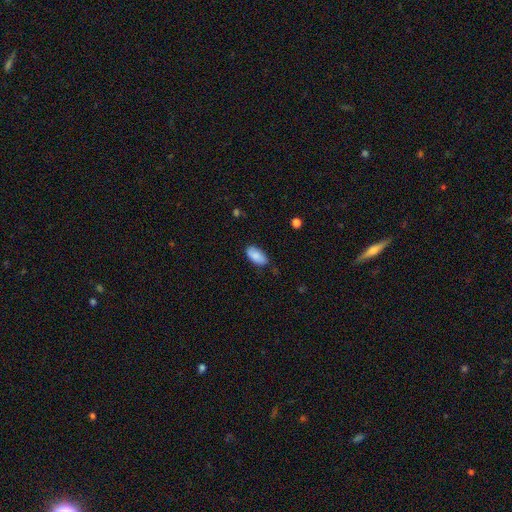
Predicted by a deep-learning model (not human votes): smooth_or_featured: smooth (p=0.87) [alt: featured or disk p=0.07]
how_rounded: in between (p=0.93) [alt: cigar-shaped p=0.05]
merging: none (p=0.79) [alt: minor disturbance p=0.17]